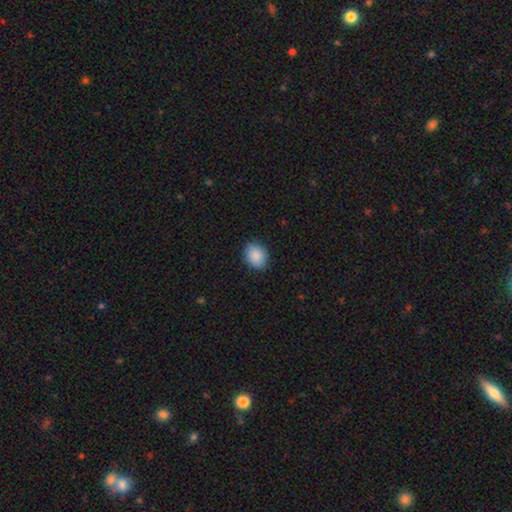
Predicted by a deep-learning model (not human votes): smooth_or_featured: smooth (p=0.90) [alt: star or artifact p=0.07]
how_rounded: in between (p=0.63) [alt: round p=0.36]
merging: none (p=0.87) [alt: minor disturbance p=0.10]